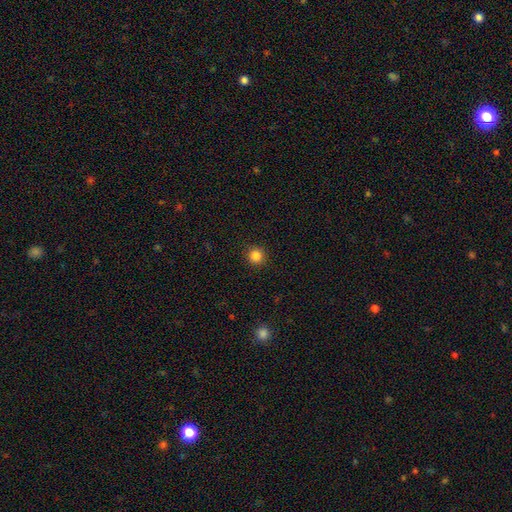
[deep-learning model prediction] Smooth or featured? smooth (84%)
How rounded? round (95%)
Merging? none (92%)